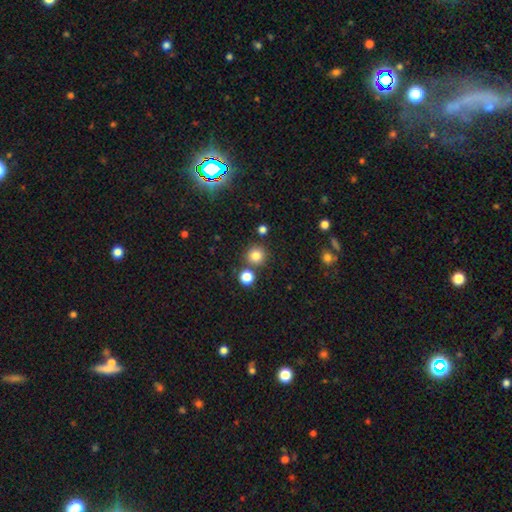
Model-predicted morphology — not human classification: smooth 81%, star or artifact 14%, featured or disk 5%. Down the decision tree: how rounded — round (94%); merging — none (81%).